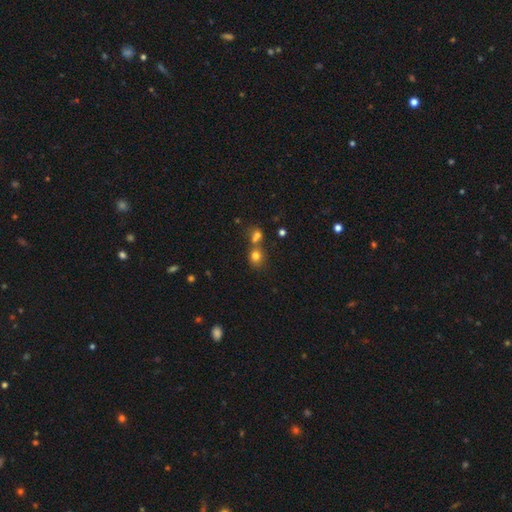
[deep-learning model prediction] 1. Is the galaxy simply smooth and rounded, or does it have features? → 76% smooth, 15% star or artifact, 9% featured or disk.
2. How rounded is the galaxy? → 75% round, 23% in between, 1% cigar-shaped.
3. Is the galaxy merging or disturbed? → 48% none, 39% merger, 9% minor disturbance, 4% major disturbance.